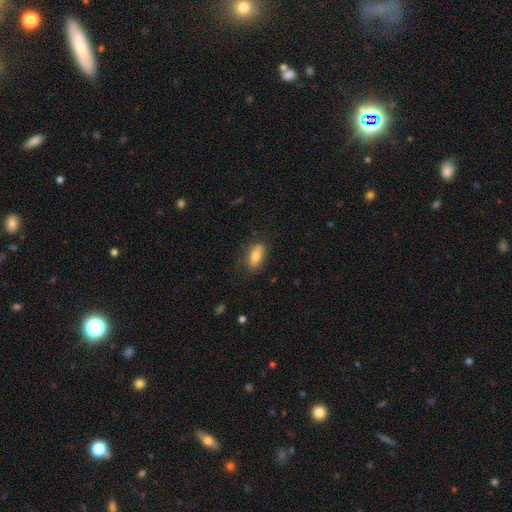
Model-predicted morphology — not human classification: This is likely a smooth galaxy (74%). How rounded: likely in between (79%). Merging: likely none (79%).